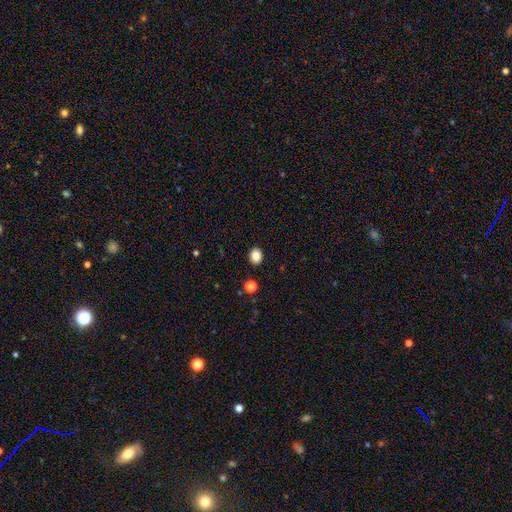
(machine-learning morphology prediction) Smooth or featured? Predicted: smooth (p=0.85). How rounded? Predicted: round (p=0.57). Merging? Predicted: none (p=0.90).